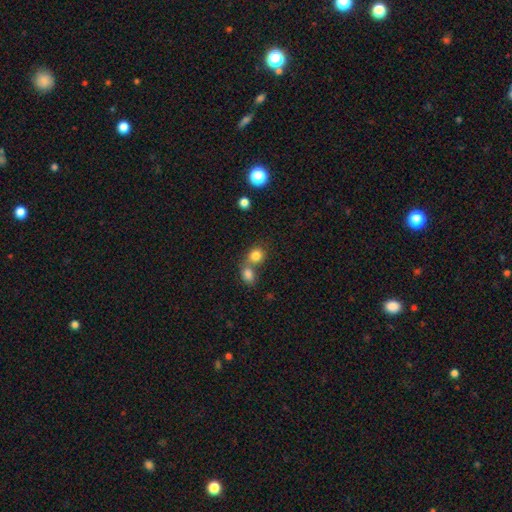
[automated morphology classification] type=smooth (81%); roundness=round (72%); merging=merger (47%).